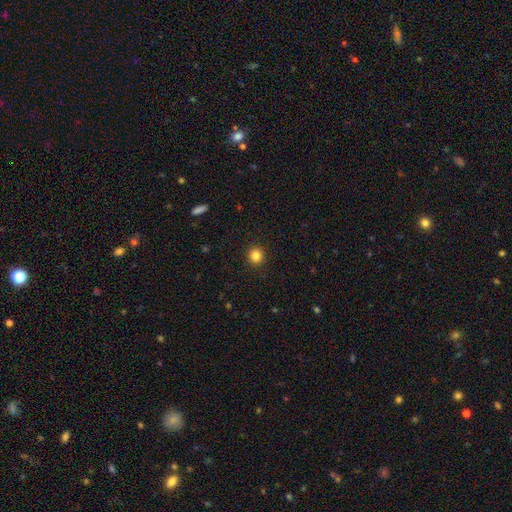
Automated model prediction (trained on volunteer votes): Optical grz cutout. It shows a smooth galaxy with no disk features (83%) that is round (92%). Merging: none (93%).